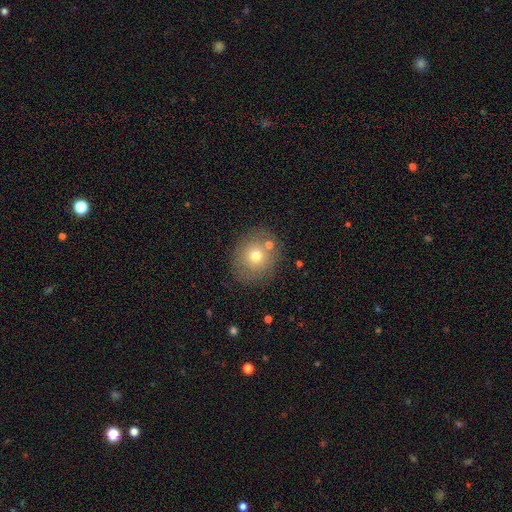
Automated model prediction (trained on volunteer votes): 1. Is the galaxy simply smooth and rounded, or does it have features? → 69% smooth, 19% featured or disk, 12% star or artifact.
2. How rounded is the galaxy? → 74% round, 25% in between, 1% cigar-shaped.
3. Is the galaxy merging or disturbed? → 77% none, 12% minor disturbance, 7% merger, 4% major disturbance.